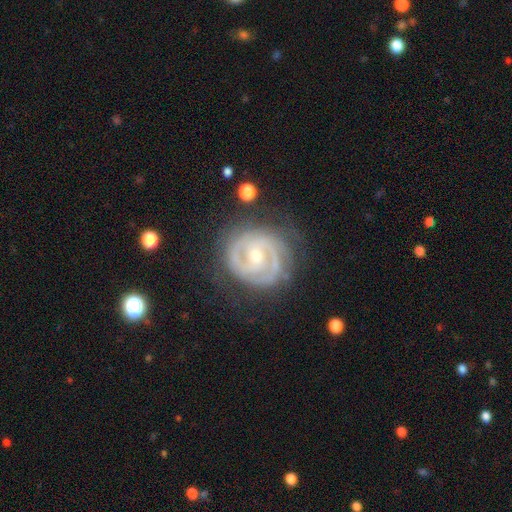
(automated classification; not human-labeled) This appears to be a featured or disk galaxy (88%) with no bar (48%), 2 (62%) tight (67%) spiral arms (95%) and a moderate central bulge (49%). Merging: none (73%).